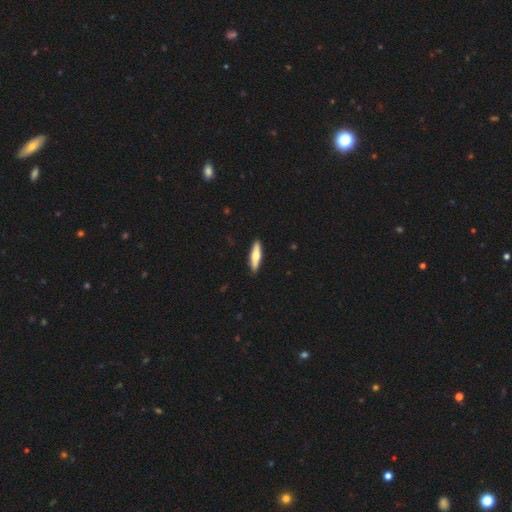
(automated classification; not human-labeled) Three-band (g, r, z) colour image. It shows a smooth galaxy with no disk features (56%) that is cigar-shaped (73%). Merging: none (91%).